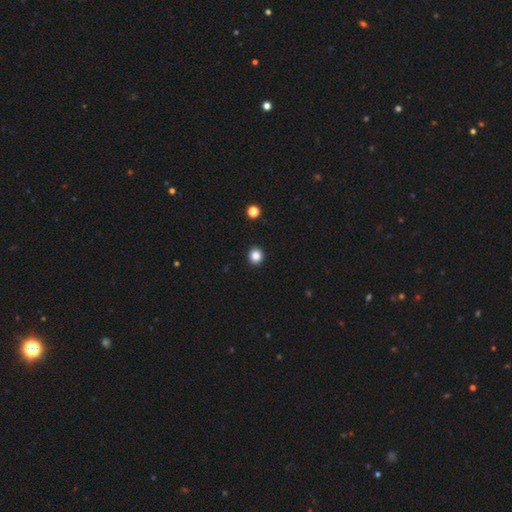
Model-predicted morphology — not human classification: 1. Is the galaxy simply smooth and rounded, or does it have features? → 85% smooth, 12% star or artifact, 3% featured or disk.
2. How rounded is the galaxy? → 91% round, 8% in between, 1% cigar-shaped.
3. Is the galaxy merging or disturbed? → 93% none, 4% minor disturbance, 1% major disturbance, 1% merger.